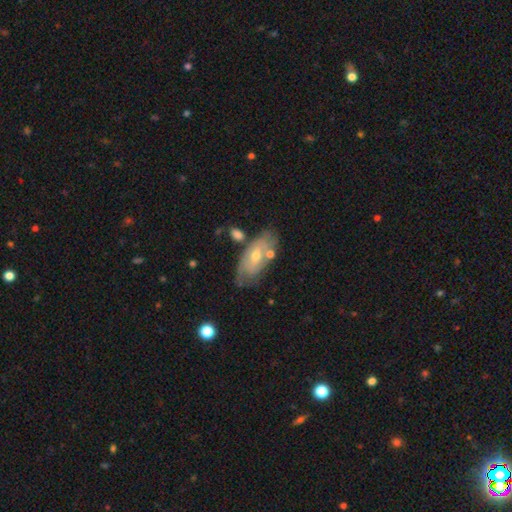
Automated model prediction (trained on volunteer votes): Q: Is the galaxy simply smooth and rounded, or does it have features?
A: featured or disk — 59%.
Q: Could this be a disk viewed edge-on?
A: no — 87%.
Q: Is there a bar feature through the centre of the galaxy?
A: no — 70%.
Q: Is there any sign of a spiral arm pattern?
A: yes — 61%.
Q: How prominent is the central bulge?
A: moderate — 50%.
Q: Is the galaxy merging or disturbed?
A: none — 61%.